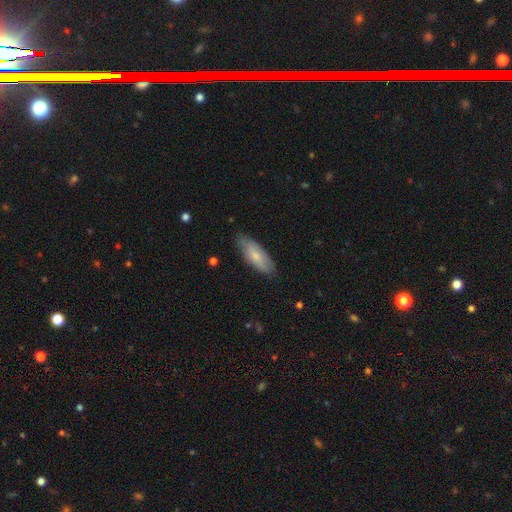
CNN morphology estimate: This appears to be a smooth galaxy with no disk features (70%) that is in between round and cigar-shaped (70%). Merging: none (77%).